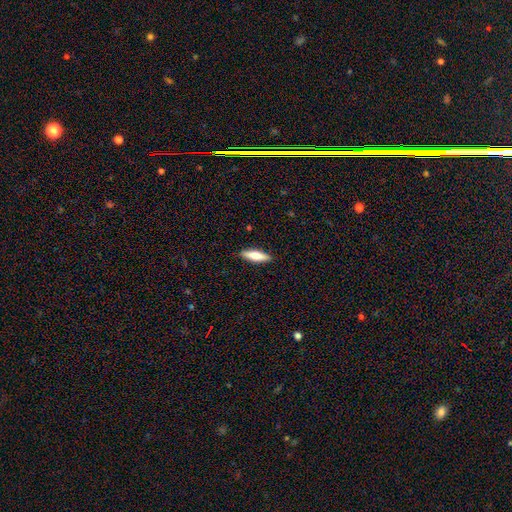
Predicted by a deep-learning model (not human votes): smooth-or-featured: smooth: 72% | featured or disk: 23% | star or artifact: 6%
  how-rounded: cigar-shaped: 60% | in between: 38% | round: 2%
  merging: none: 89% | minor disturbance: 8% | major disturbance: 2% | merger: 1%